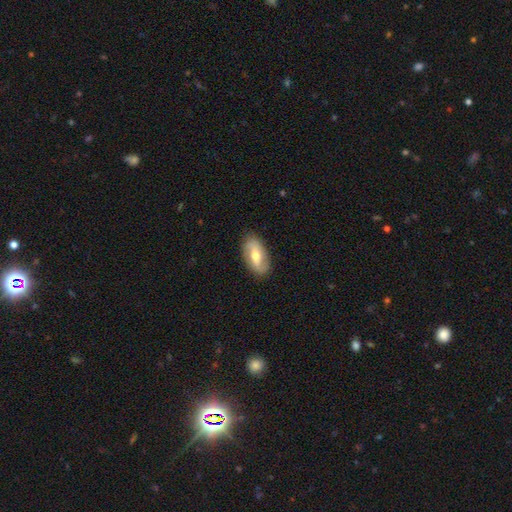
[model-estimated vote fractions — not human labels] Smooth or featured? featured or disk (63%)
Edge-on disk? no (92%)
Bar? weak (42%)
Spiral arms? yes (80%)
Bulge size? moderate (72%)
Merging? none (85%)